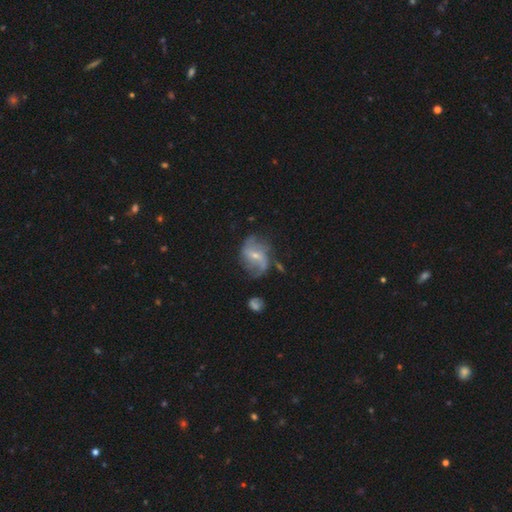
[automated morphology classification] The model was most divided on "bar": weak: 46%, strong: 28%, no: 26%. More confident: edge-on disk — no (96%); spiral arms — yes (89%); spiral arm count — 2 (78%); smooth or featured — featured or disk (77%); spiral winding — loose (61%); bulge size — small (61%); merging — none (58%).